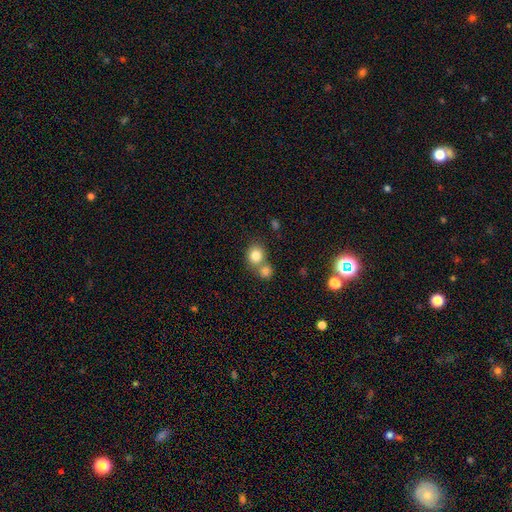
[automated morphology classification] Smooth or featured: smooth — 81% (star or artifact — 11%)
How rounded: round — 80% (in between — 19%)
Merging: merger — 46% (none — 45%)